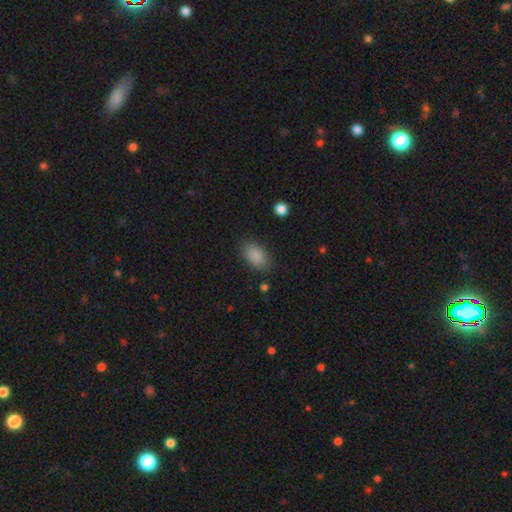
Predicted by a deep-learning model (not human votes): A smooth galaxy with no disk features (88%) that is in between round and cigar-shaped (91%). Merging: none (83%).